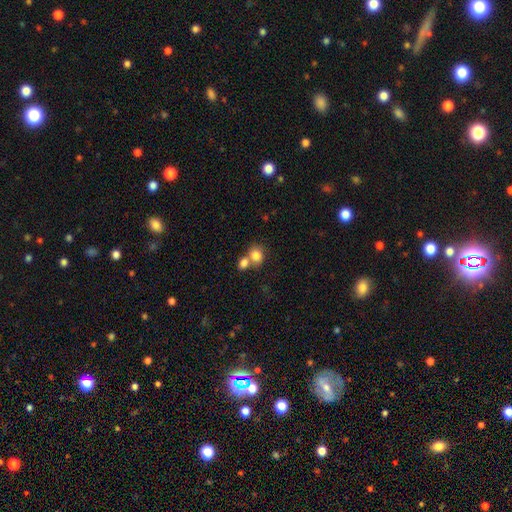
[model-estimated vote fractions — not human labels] Overall: smooth (82%). How rounded: round (65%; in between 34%). Merging: merger (48%; none 39%).